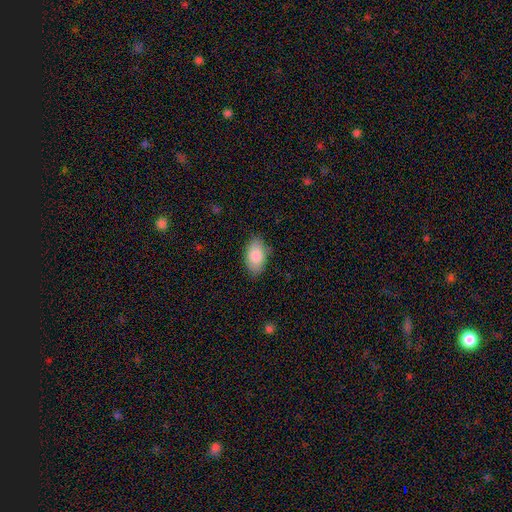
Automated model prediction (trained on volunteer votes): Q: Smooth or featured?
A: smooth (85%); runner-up: featured or disk (8%)
Q: How rounded?
A: in between (93%); runner-up: round (5%)
Q: Merging?
A: none (80%); runner-up: minor disturbance (16%)